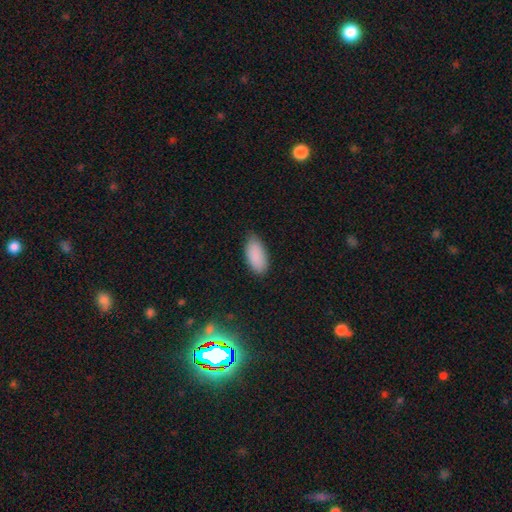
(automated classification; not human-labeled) Q: Smooth or featured?
A: smooth (89%); runner-up: star or artifact (7%)
Q: How rounded?
A: in between (93%); runner-up: cigar-shaped (5%)
Q: Merging?
A: none (80%); runner-up: minor disturbance (16%)